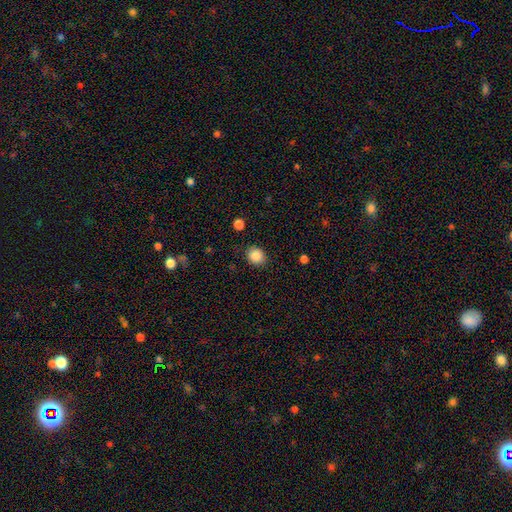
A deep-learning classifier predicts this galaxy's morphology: This is clearly a smooth galaxy (87%). How rounded: likely round (70%). Merging: clearly none (86%).